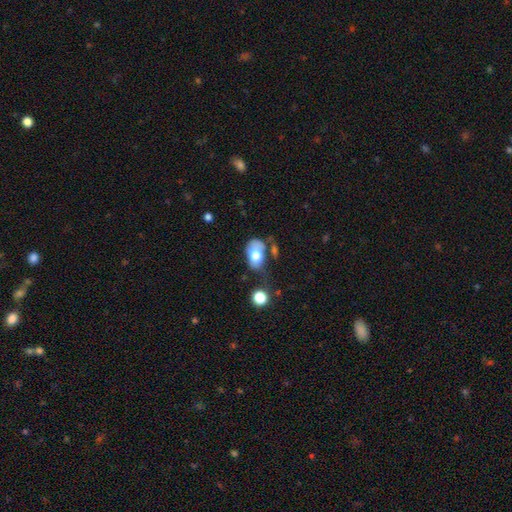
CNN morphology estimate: smooth-or-featured: smooth: 69% | featured or disk: 23% | star or artifact: 8%
  how-rounded: in between: 84% | round: 14% | cigar-shaped: 1%
  merging: major disturbance: 28% (tied) | none: 28% (tied) | minor disturbance: 27% | merger: 17%